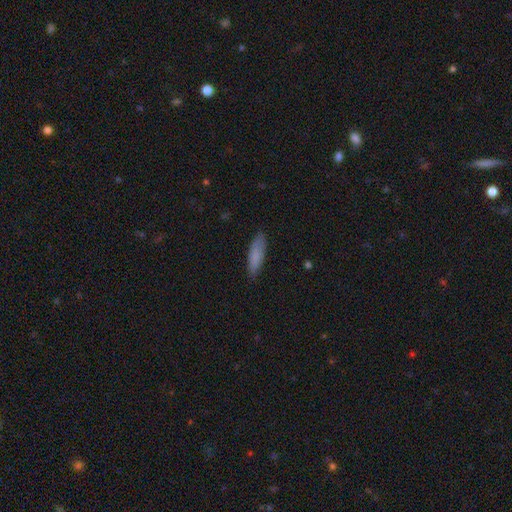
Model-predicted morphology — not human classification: A smooth galaxy with no disk features (82%) that is cigar-shaped (62%). Merging: none (82%).